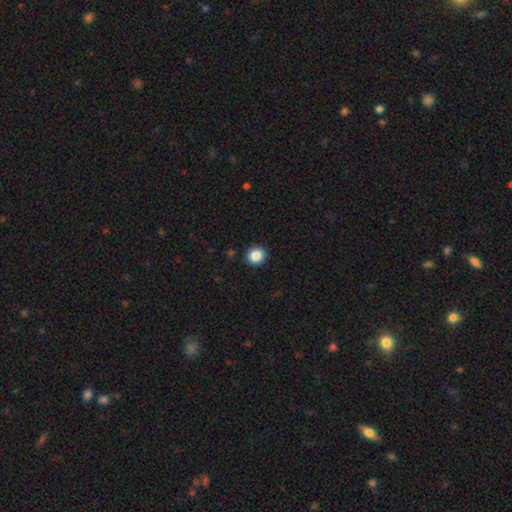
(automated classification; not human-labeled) A smooth galaxy with no disk features (87%) that is round (94%).

Vote fractions:
- Smooth or featured? smooth: 87% / star or artifact: 10% / featured or disk: 4%
- How rounded? round: 94% / in between: 5% / cigar-shaped: 1%
- Merging? none: 93% / minor disturbance: 5% / major disturbance: 2% / merger: 1%